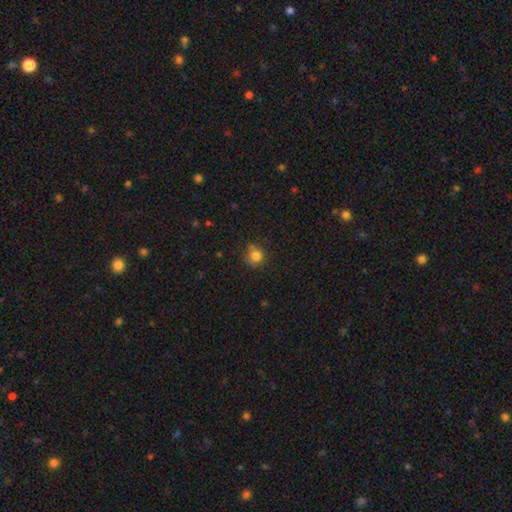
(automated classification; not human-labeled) Q: Smooth or featured?
A: smooth (82%); runner-up: star or artifact (11%)
Q: How rounded?
A: round (80%); runner-up: in between (20%)
Q: Merging?
A: none (59%); runner-up: minor disturbance (29%)